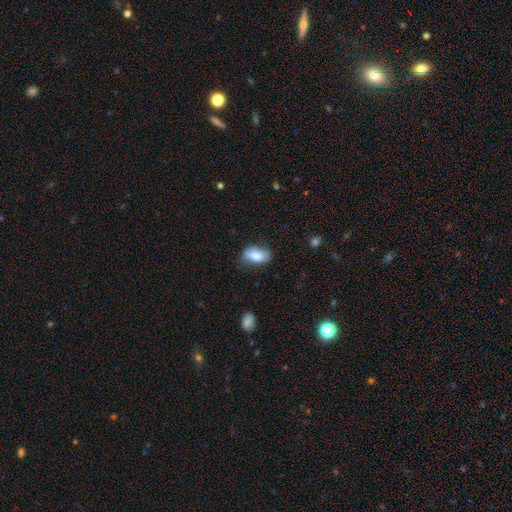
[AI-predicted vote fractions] Smooth or featured: smooth — 77% (featured or disk — 16%)
How rounded: in between — 85% (cigar-shaped — 9%)
Merging: none — 67% (minor disturbance — 24%)